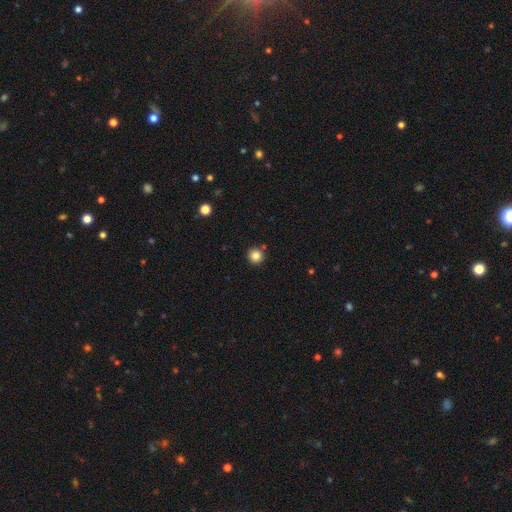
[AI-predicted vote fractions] Smooth or featured? Predicted: smooth (p=0.84). How rounded? Predicted: round (p=0.95). Merging? Predicted: none (p=0.88).